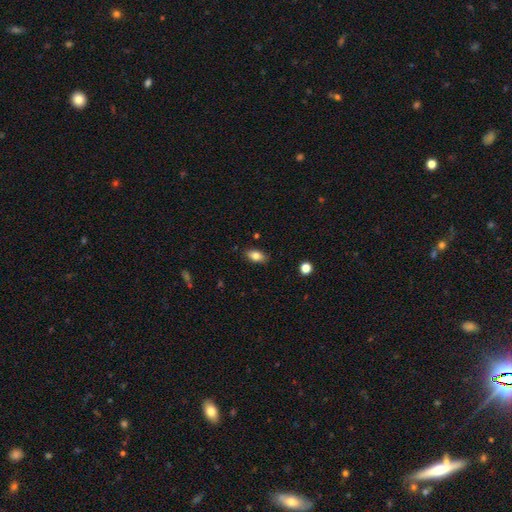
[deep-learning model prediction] Smooth or featured? smooth (81%)
How rounded? in between (88%)
Merging? none (85%)